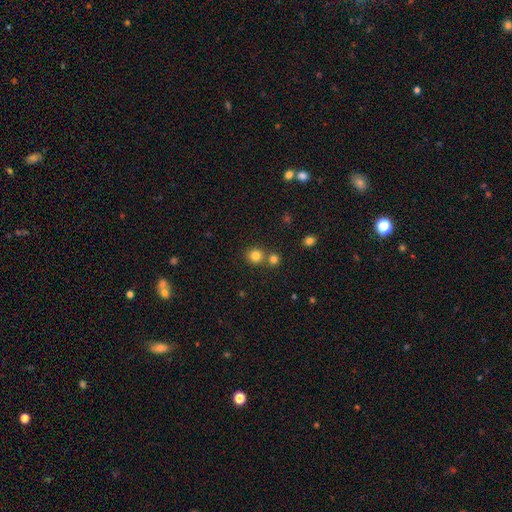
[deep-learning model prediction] Smooth or featured? smooth (81%)
How rounded? round (90%)
Merging? none (67%)